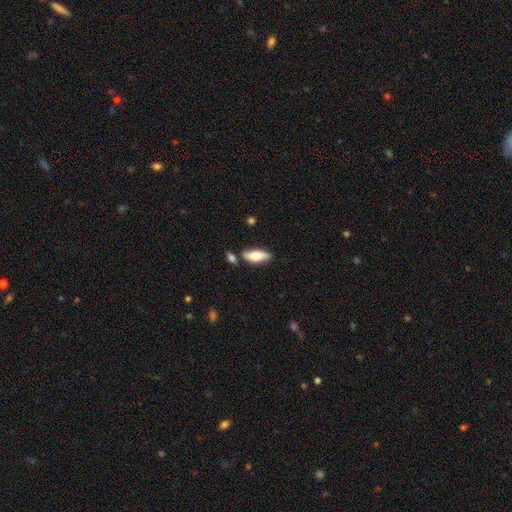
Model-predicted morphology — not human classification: Q: Smooth or featured?
A: smooth (67%); runner-up: featured or disk (27%)
Q: How rounded?
A: in between (68%); runner-up: cigar-shaped (29%)
Q: Merging?
A: none (74%); runner-up: minor disturbance (14%)